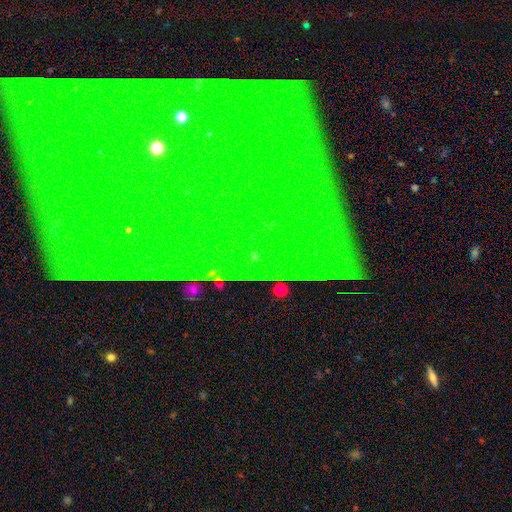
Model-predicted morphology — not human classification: star or artifact 83%, featured or disk 9%, smooth 8%.